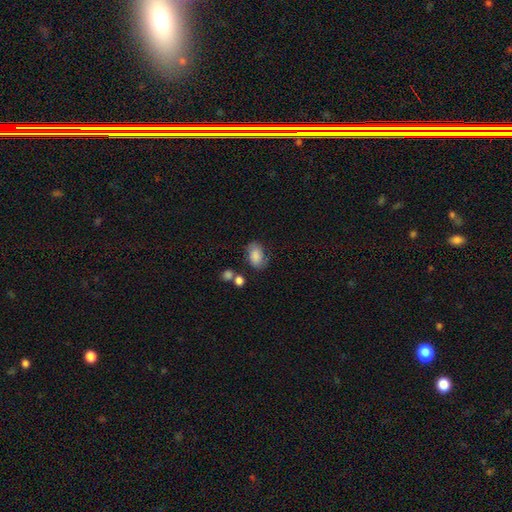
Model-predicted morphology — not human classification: This is likely a smooth galaxy (76%). How rounded: clearly in between (85%). Merging: likely none (61%).